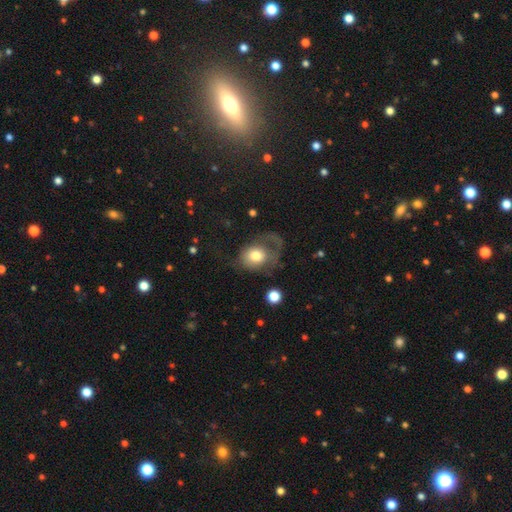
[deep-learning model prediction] This appears to be a smooth galaxy with no disk features (64%) that is round (55%). Merging: major disturbance (52%).